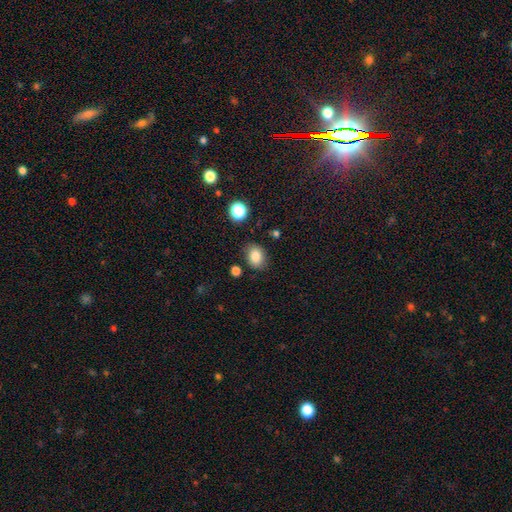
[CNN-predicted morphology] Overall: smooth (84%). How rounded: in between (59%; round 40%). Merging: none (80%).